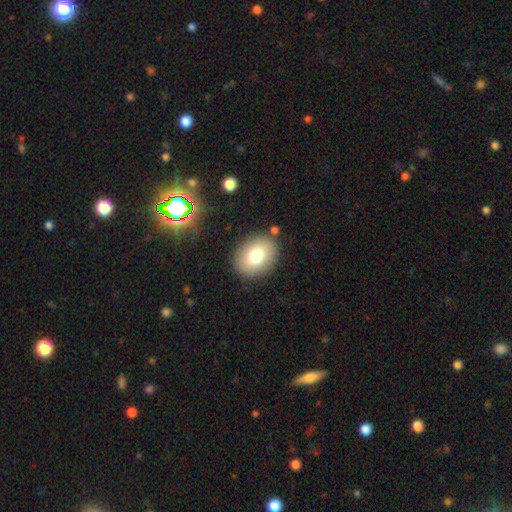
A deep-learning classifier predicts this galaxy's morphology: This is likely a smooth galaxy (76%). How rounded: possibly in between (60%). Merging: clearly none (86%).